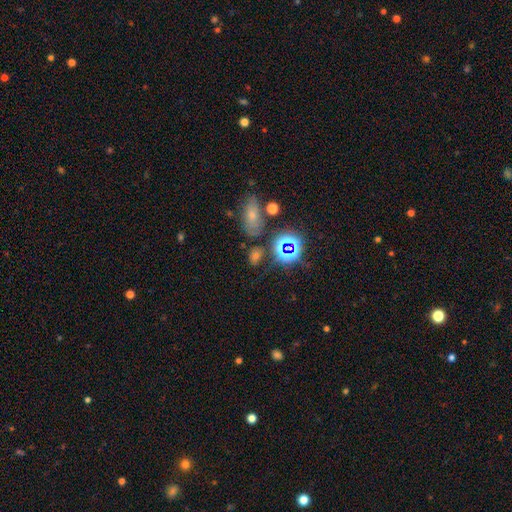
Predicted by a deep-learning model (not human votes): smooth-or-featured: star or artifact: 45% | smooth: 42% | featured or disk: 13%